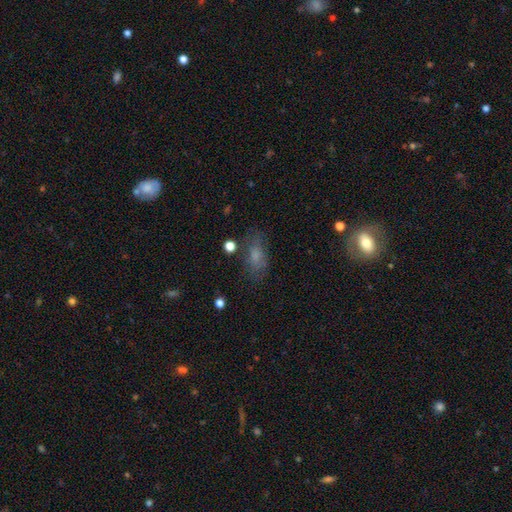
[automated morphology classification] A smooth galaxy with no disk features (67%) that is in between round and cigar-shaped (84%).

Vote fractions:
- Smooth or featured? smooth: 67% / featured or disk: 20% / star or artifact: 13%
- How rounded? in between: 84% / round: 8% / cigar-shaped: 8%
- Merging? none: 66% / minor disturbance: 20% / major disturbance: 10% / merger: 3%